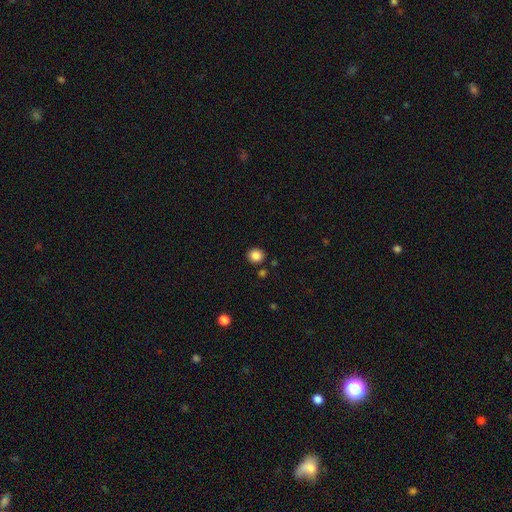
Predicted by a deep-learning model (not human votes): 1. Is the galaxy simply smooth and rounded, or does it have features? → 86% smooth, 10% star or artifact, 4% featured or disk.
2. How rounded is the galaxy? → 85% round, 14% in between, 1% cigar-shaped.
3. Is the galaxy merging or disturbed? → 88% none, 7% minor disturbance, 3% merger, 2% major disturbance.